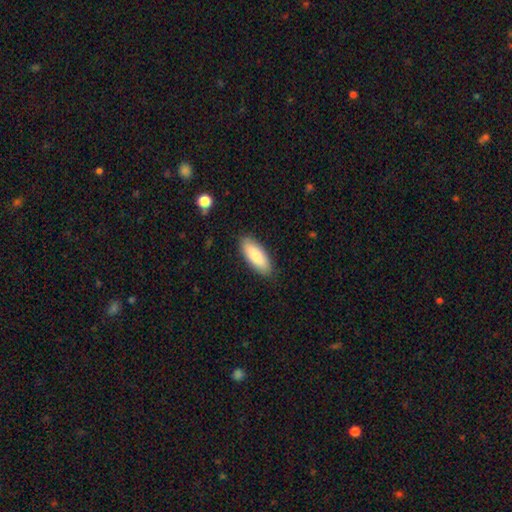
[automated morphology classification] This appears to be a smooth galaxy with no disk features (84%) that is in between round and cigar-shaped (75%). Merging: none (87%).